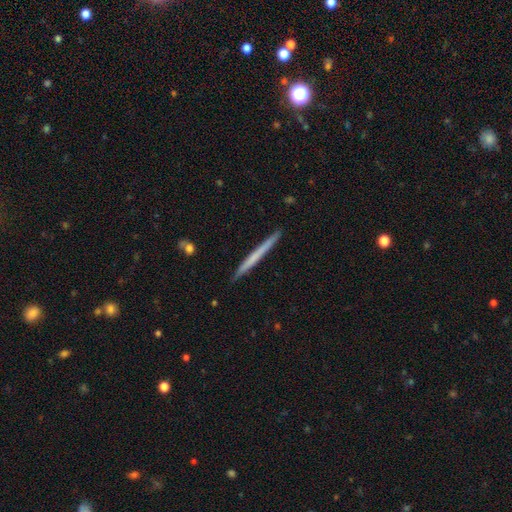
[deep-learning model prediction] A smooth galaxy with no disk features (51%) that is cigar-shaped (97%).

Vote fractions:
- Smooth or featured? smooth: 51% / featured or disk: 44% / star or artifact: 5%
- How rounded? cigar-shaped: 97% / in between: 1% / round: 1%
- Merging? none: 92% / minor disturbance: 6% / major disturbance: 1% / merger: 1%